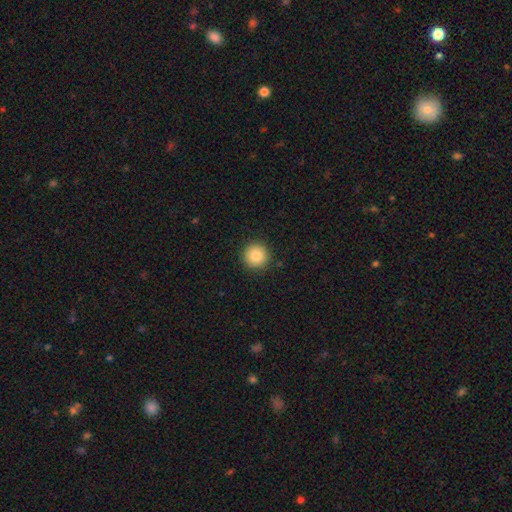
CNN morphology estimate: smooth_or_featured: smooth (p=0.85) [alt: star or artifact p=0.09]
how_rounded: round (p=0.96) [alt: in between p=0.03]
merging: none (p=0.92) [alt: minor disturbance p=0.05]